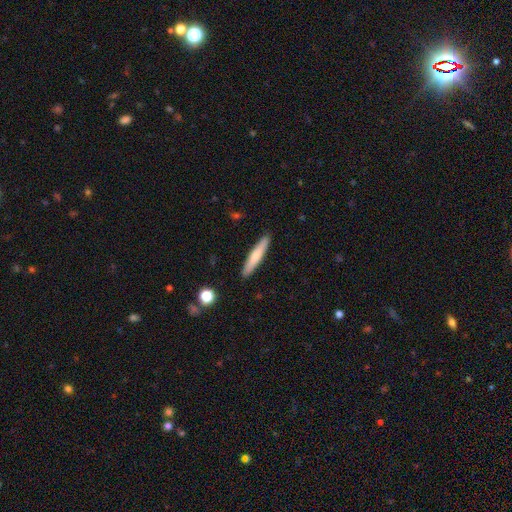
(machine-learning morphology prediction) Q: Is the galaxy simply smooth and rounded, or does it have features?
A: smooth — 66%.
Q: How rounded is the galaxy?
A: cigar-shaped — 92%.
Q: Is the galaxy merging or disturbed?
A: none — 91%.